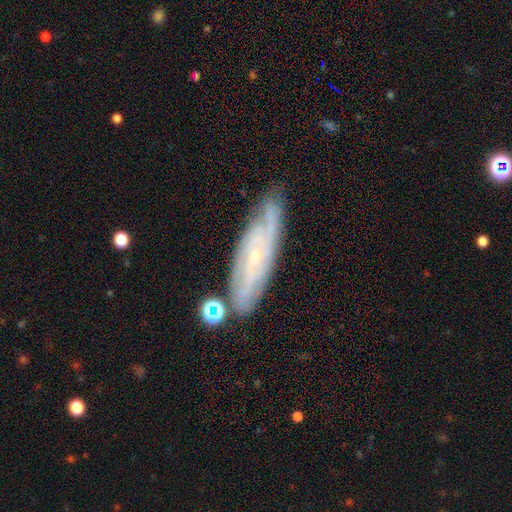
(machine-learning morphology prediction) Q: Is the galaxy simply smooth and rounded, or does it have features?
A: featured or disk — 79%.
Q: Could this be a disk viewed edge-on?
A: no — 78%.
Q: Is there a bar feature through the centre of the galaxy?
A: no — 66%.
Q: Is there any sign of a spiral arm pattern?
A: yes — 93%.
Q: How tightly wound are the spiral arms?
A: tight — 63%.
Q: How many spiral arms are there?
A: can't tell — 39%.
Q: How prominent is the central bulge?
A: small — 83%.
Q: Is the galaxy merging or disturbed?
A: none — 75%.